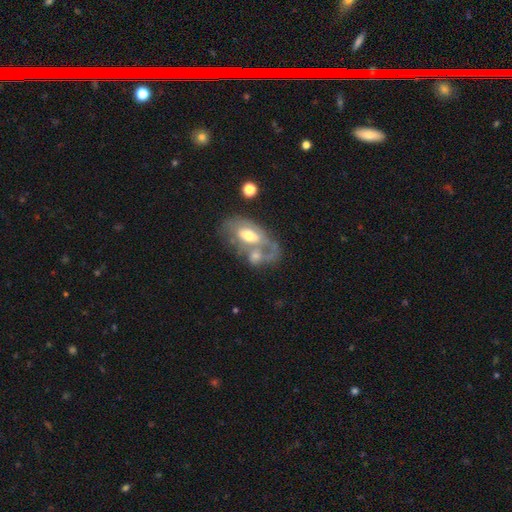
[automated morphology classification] featured or disk 63%, smooth 30%, star or artifact 7%. Down the decision tree: edge-on disk — no (92%); bar — no (61%); spiral arms — no (53%); bulge size — moderate (66%); merging — merger (44%).